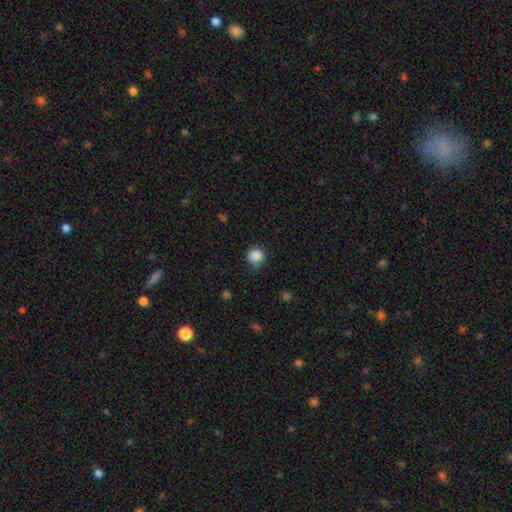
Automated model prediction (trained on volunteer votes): Q: Smooth or featured?
A: smooth (86%); runner-up: star or artifact (10%)
Q: How rounded?
A: round (88%); runner-up: in between (11%)
Q: Merging?
A: none (60%); runner-up: minor disturbance (30%)